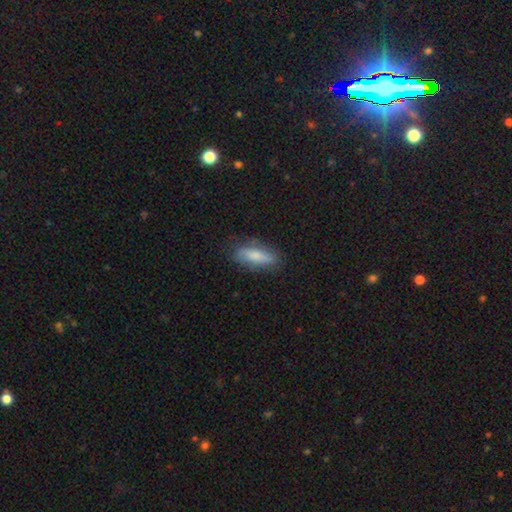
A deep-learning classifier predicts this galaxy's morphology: The model was most divided on "how rounded": in between: 60%, cigar-shaped: 38%, round: 2%. More confident: merging — none (80%); smooth or featured — smooth (75%).